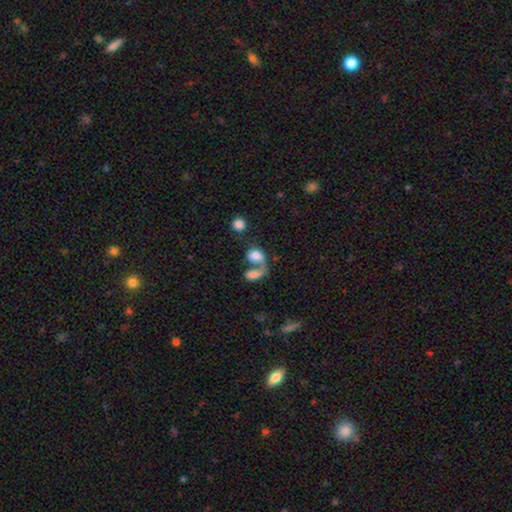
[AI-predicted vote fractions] smooth_or_featured: smooth (p=0.69) [alt: featured or disk p=0.22]
how_rounded: in between (p=0.71) [alt: round p=0.26]
merging: merger (p=0.64) [alt: none p=0.16]